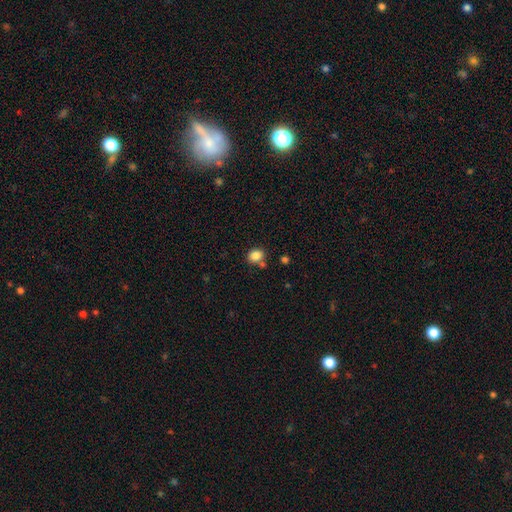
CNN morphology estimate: type=smooth (85%); roundness=in between (54%); merging=none (69%).